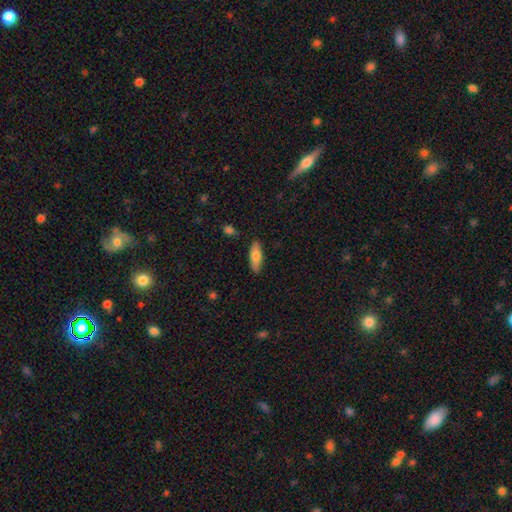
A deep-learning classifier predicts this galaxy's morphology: A smooth galaxy with no disk features (74%) that is in between round and cigar-shaped (64%). Merging: none (85%).